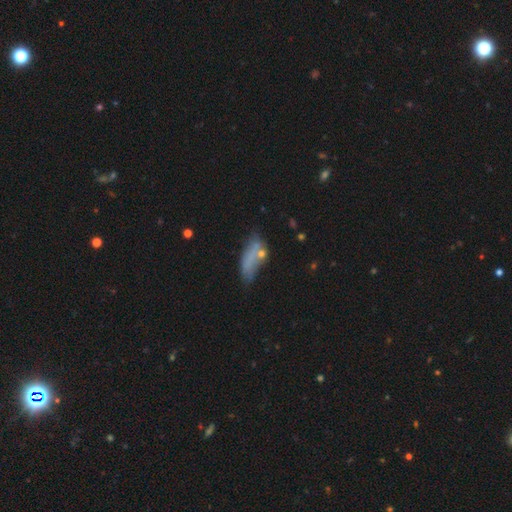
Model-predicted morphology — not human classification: This is likely a smooth galaxy (63%). How rounded: likely in between (63%). Merging: marginally none (43%).